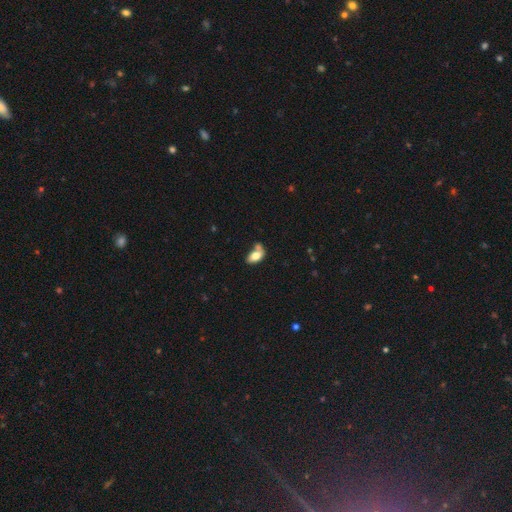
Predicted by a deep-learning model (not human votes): Morphology: type=smooth (74%); roundness=in between (90%); merging=none (38%).